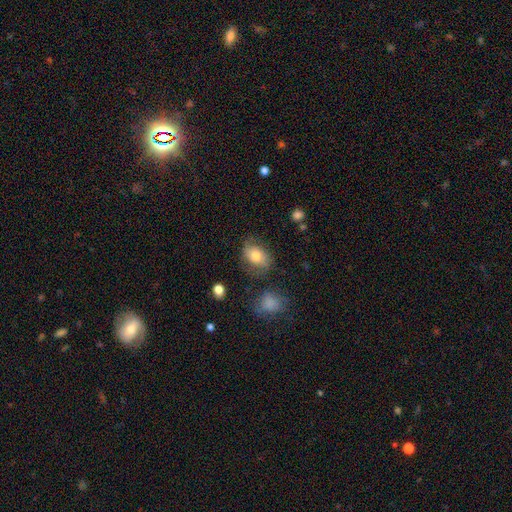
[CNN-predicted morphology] smooth 67%, featured or disk 25%, star or artifact 9%. Down the decision tree: how rounded — in between (78%); merging — none (62%).